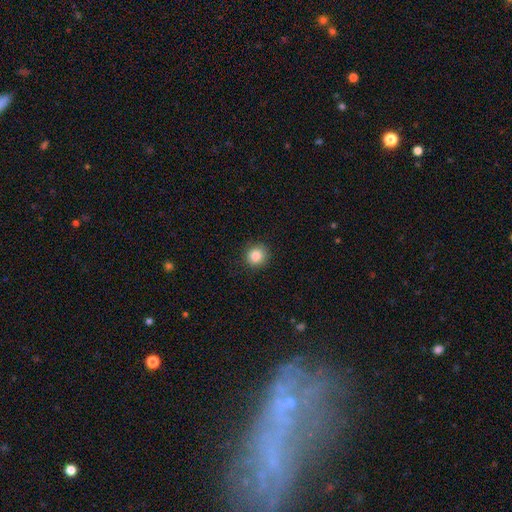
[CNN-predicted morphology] Overall: smooth (85%). How rounded: round (88%). Merging: none (89%).